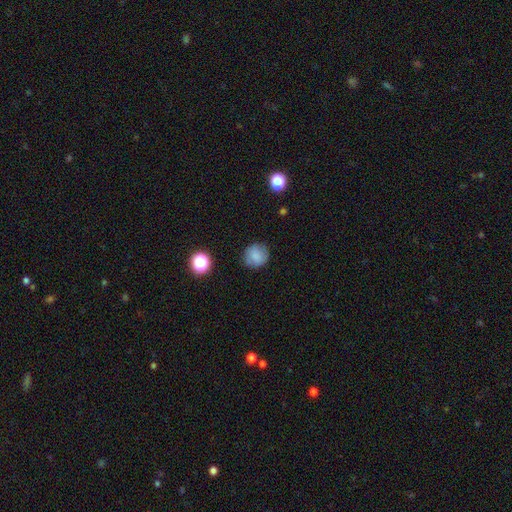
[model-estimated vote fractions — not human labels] The model was most divided on "smooth or featured": smooth: 80%, star or artifact: 11%, featured or disk: 9%. More confident: how rounded — round (87%); merging — none (82%).